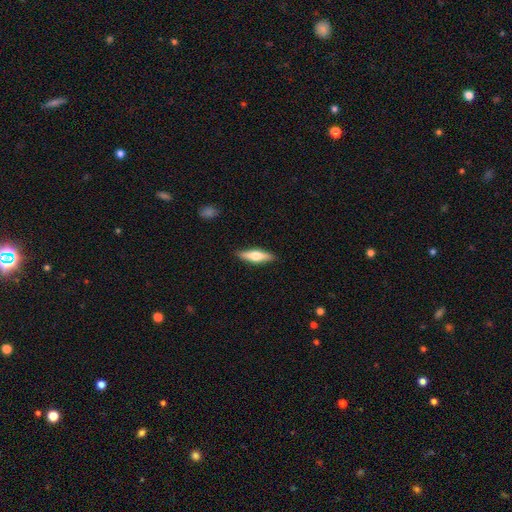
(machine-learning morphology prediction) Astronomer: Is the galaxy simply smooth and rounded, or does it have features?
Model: smooth — 48% (runner-up: featured or disk, 46%).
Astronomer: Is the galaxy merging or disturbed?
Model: none — 89%.